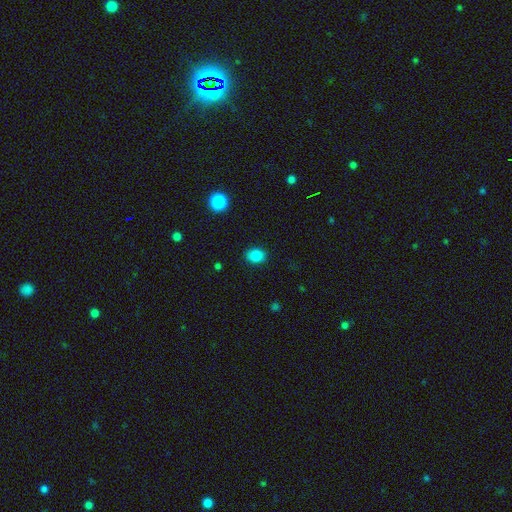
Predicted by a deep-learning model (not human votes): A smooth galaxy with no disk features (86%) that is in between round and cigar-shaped (54%).

Vote fractions:
- Smooth or featured? smooth: 86% / star or artifact: 10% / featured or disk: 4%
- How rounded? in between: 54% / round: 45% / cigar-shaped: 1%
- Merging? none: 87% / minor disturbance: 9% / major disturbance: 2% / merger: 1%